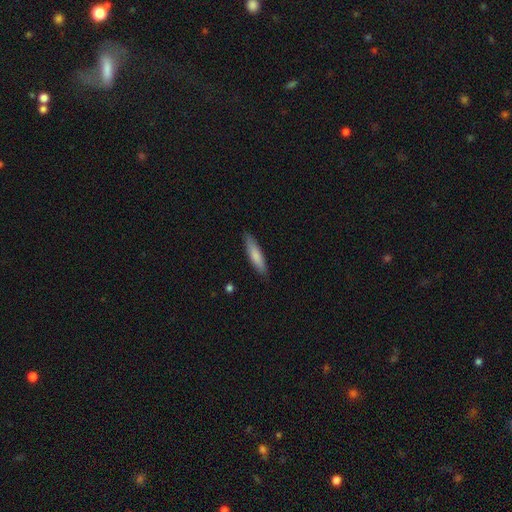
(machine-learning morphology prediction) Q: Smooth or featured?
A: smooth (79%); runner-up: featured or disk (16%)
Q: How rounded?
A: cigar-shaped (79%); runner-up: in between (20%)
Q: Merging?
A: none (86%); runner-up: minor disturbance (11%)